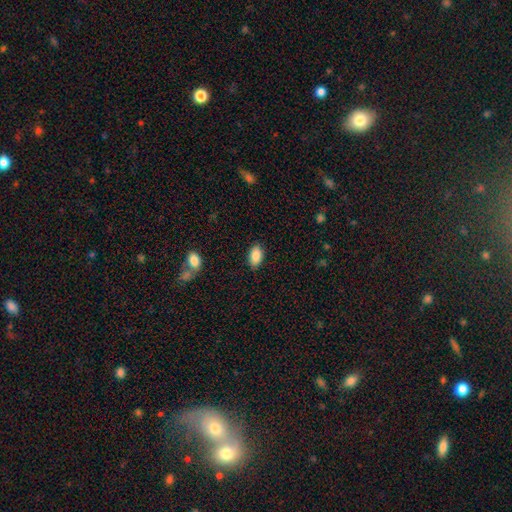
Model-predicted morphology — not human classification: Overall: smooth (88%). How rounded: in between (92%). Merging: none (85%).